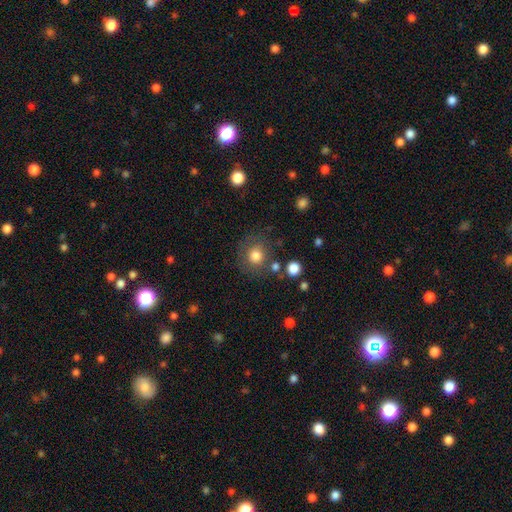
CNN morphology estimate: The model was most divided on "merging": none: 77%, minor disturbance: 12%, merger: 6%, major disturbance: 5%. More confident: how rounded — round (89%); smooth or featured — smooth (79%).